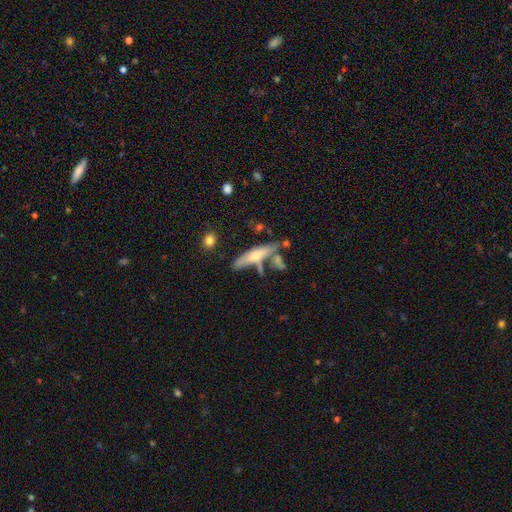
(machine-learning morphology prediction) Smooth or featured? Predicted: smooth (p=0.52). How rounded? Predicted: cigar-shaped (p=0.76). Merging? Predicted: none (p=0.58).